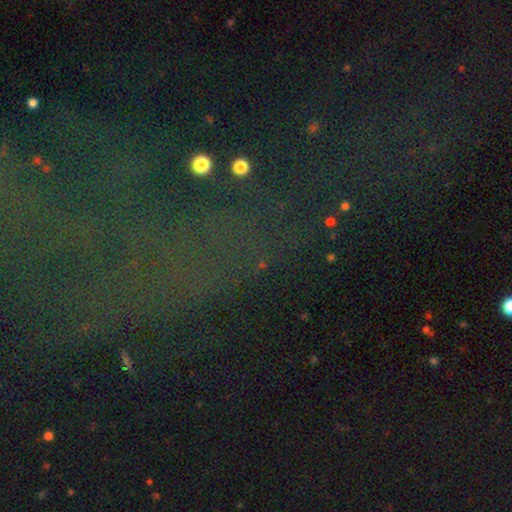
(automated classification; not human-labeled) A star or artifact, not a galaxy (69%).

Vote fractions:
- Smooth or featured? star or artifact: 69% / featured or disk: 16% / smooth: 15%